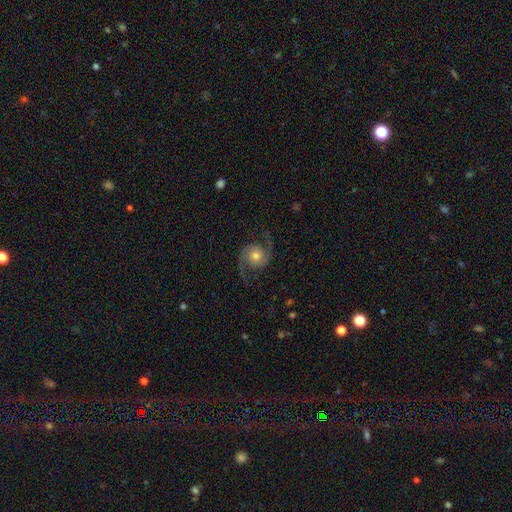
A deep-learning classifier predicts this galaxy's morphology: This is clearly a featured or disk galaxy (88%). It is clearly not viewed edge-on (98%). Bar: likely no (75%). Spiral arm pattern: clearly yes (98%). Spiral arm count: clearly 2 (94%). Spiral winding: possibly loose (46%). Central bulge: possibly moderate (60%). Merging: clearly none (81%).